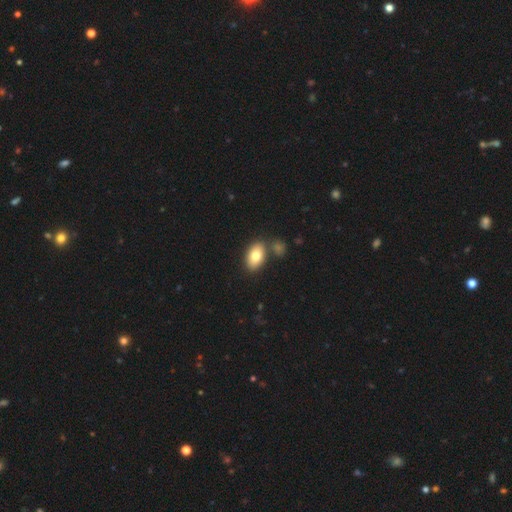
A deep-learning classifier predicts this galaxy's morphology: Smooth or featured? smooth (79%)
How rounded? in between (92%)
Merging? none (74%)